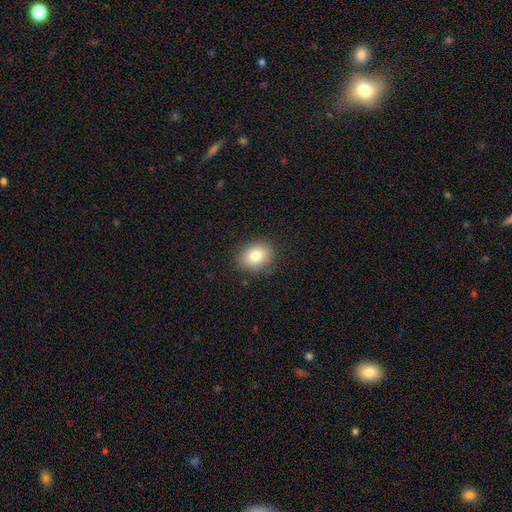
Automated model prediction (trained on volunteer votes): smooth_or_featured: smooth (p=0.80) [alt: star or artifact p=0.10]
how_rounded: in between (p=0.51) [alt: round p=0.48]
merging: none (p=0.85) [alt: minor disturbance p=0.11]